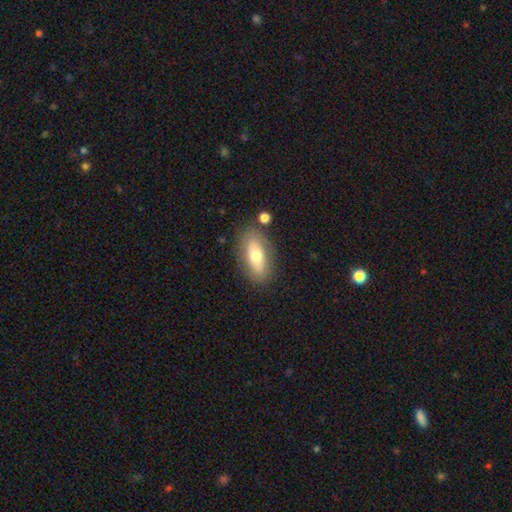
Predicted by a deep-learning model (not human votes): This appears to be a smooth galaxy with no disk features (63%) that is in between round and cigar-shaped (84%). Merging: none (79%).